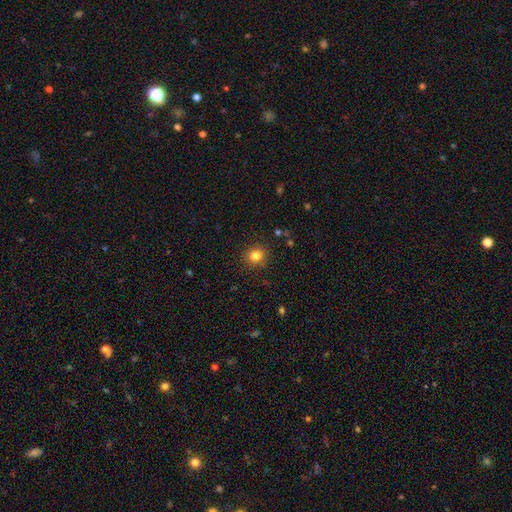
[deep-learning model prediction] The model was most divided on "smooth or featured": smooth: 82%, star or artifact: 12%, featured or disk: 6%. More confident: merging — none (90%); how rounded — round (85%).